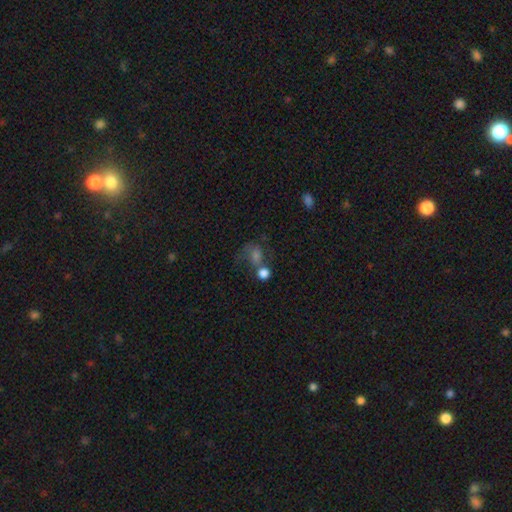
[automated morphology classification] Smooth or featured? Predicted: smooth (p=0.51). How rounded? Predicted: round (p=0.54). Merging? Predicted: none (p=0.34).